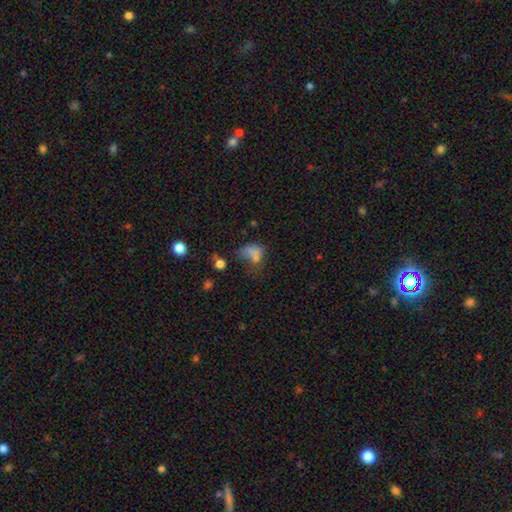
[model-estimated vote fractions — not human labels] Smooth or featured? smooth (64%)
How rounded? in between (68%)
Merging? major disturbance (30%)